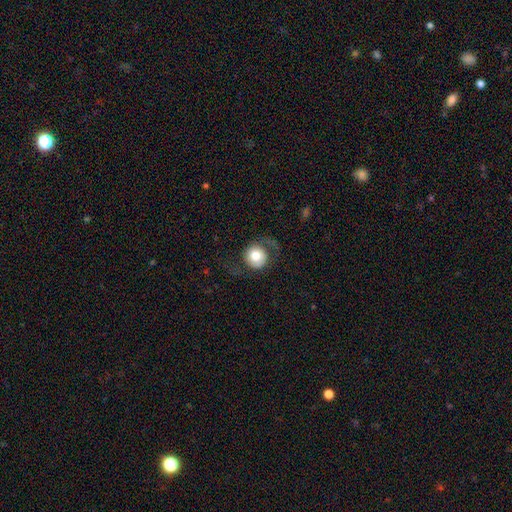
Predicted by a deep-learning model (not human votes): smooth 59%, featured or disk 33%, star or artifact 8%. Down the decision tree: how rounded — round (90%); merging — none (64%).